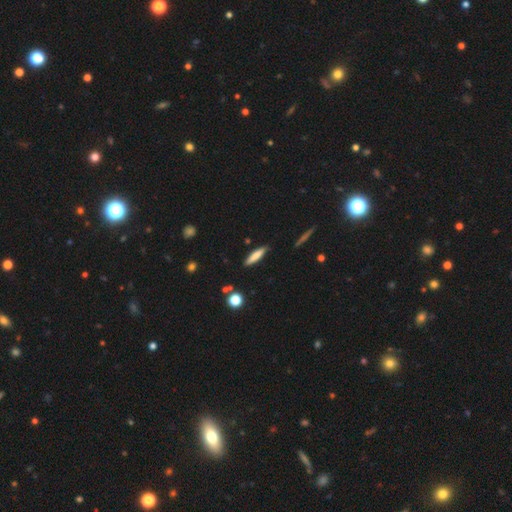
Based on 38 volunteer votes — smooth 79%, featured or disk 13%, star or artifact 8%. Down the decision tree: how rounded — cigar-shaped (93%); merging — none (94%).